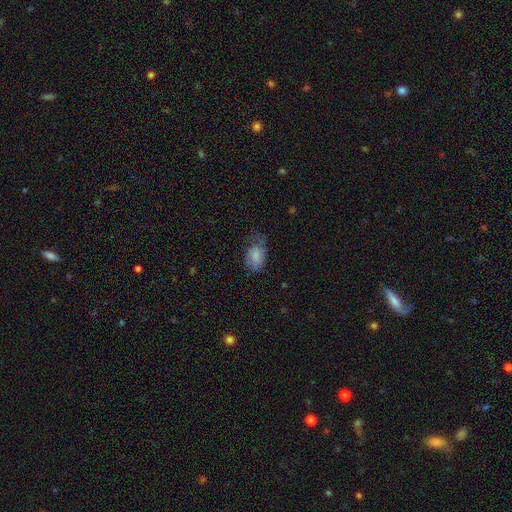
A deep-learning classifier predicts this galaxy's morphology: Smooth or featured? Predicted: smooth (p=0.71). How rounded? Predicted: in between (p=0.86). Merging? Predicted: none (p=0.35).